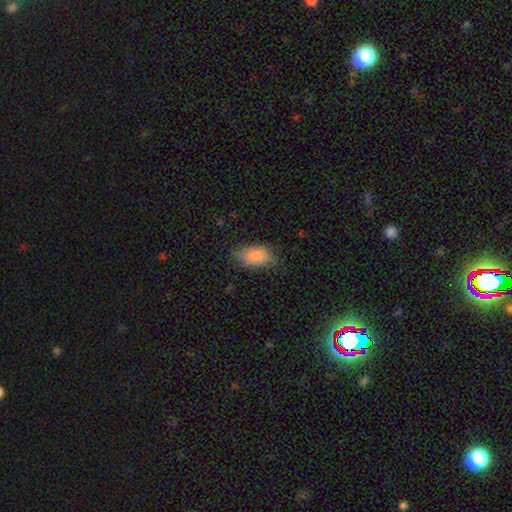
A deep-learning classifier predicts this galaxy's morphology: The model was most divided on "merging": none: 68%, minor disturbance: 24%, major disturbance: 6%, merger: 1%. More confident: how rounded — in between (93%); smooth or featured — smooth (86%).